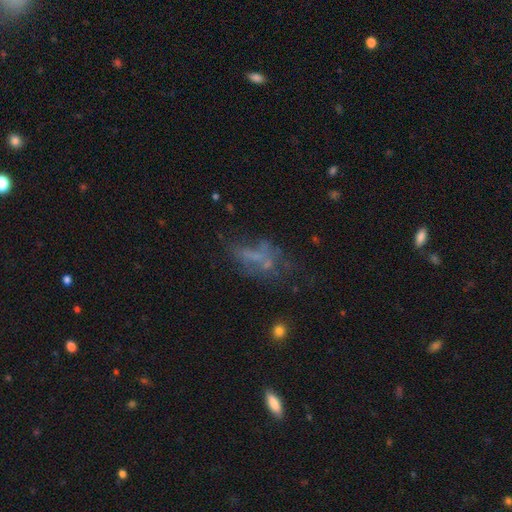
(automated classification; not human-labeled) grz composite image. It shows a featured or disk galaxy (44%). Merging: none (37%).